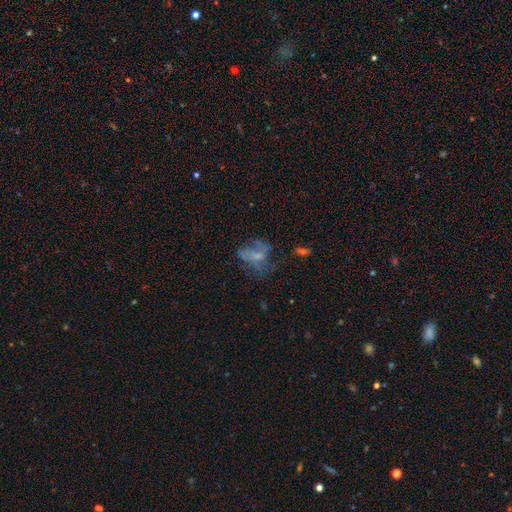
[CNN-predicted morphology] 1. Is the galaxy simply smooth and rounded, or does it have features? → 46% featured or disk, 37% smooth, 17% star or artifact.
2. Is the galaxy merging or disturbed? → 38% major disturbance (tied), 38% none (tied), 20% minor disturbance, 4% merger.